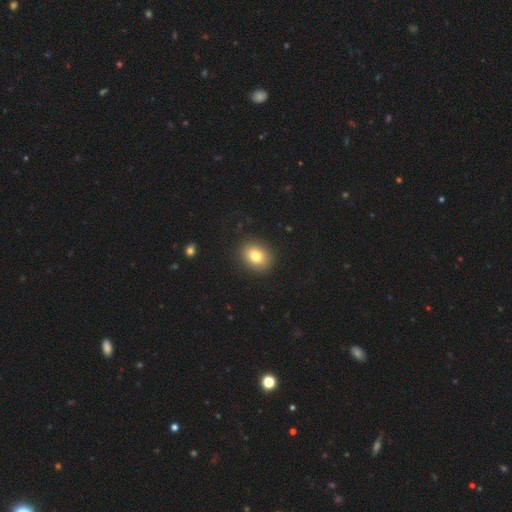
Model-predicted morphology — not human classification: Overall: smooth (80%). How rounded: in between (52%; round 47%). Merging: none (89%).